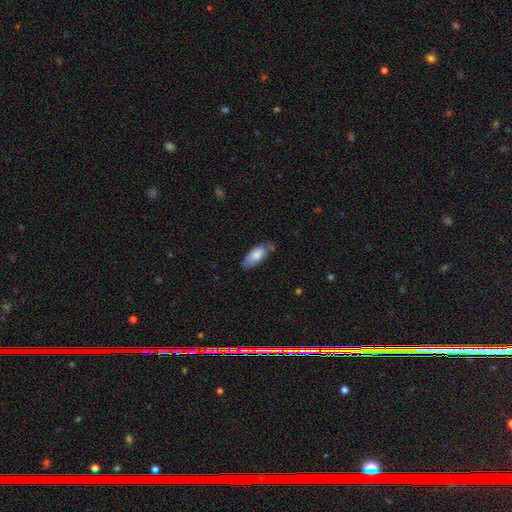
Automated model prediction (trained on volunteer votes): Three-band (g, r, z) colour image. It shows a smooth galaxy with no disk features (79%) that is in between round and cigar-shaped (83%). Merging: none (66%).